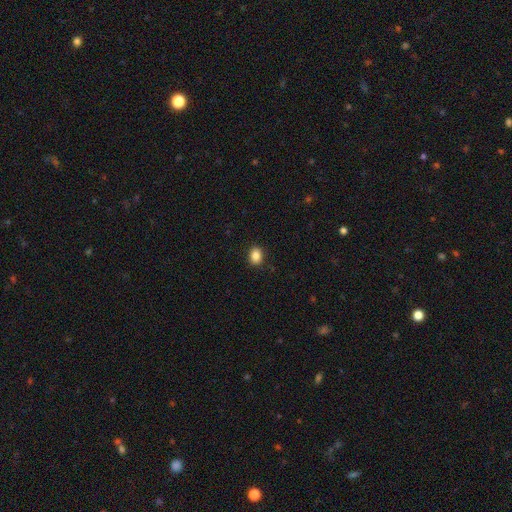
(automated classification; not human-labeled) smooth-or-featured: smooth: 86% | star or artifact: 10% | featured or disk: 5%
  how-rounded: in between: 57% | round: 42% | cigar-shaped: 1%
  merging: none: 89% | minor disturbance: 8% | major disturbance: 2% | merger: 1%